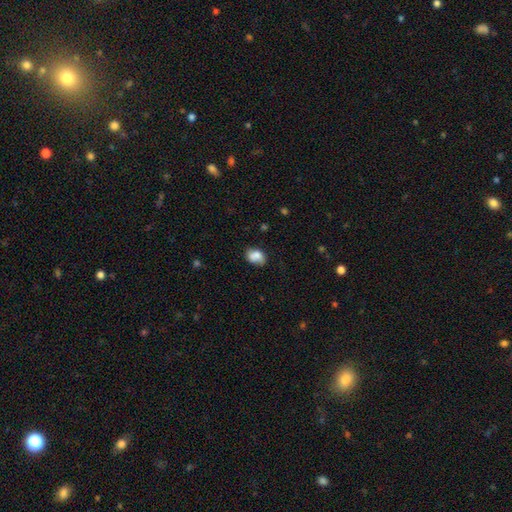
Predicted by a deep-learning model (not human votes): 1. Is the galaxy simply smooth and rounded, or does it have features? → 78% smooth, 13% featured or disk, 9% star or artifact.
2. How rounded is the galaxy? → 69% in between, 30% round, 1% cigar-shaped.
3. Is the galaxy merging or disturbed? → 54% none, 25% minor disturbance, 14% merger, 7% major disturbance.